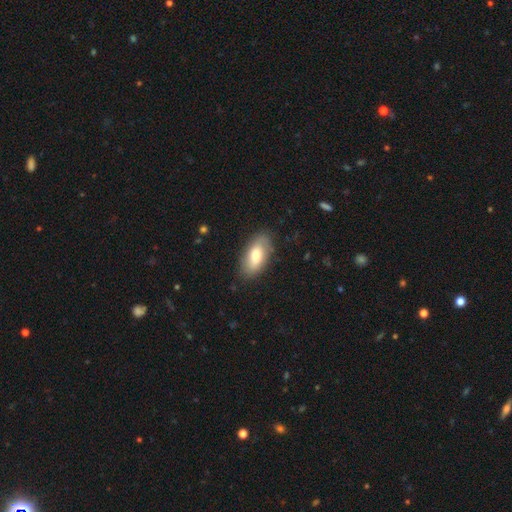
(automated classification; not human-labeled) This is likely a smooth galaxy (69%). How rounded: clearly in between (90%). Merging: clearly none (81%).